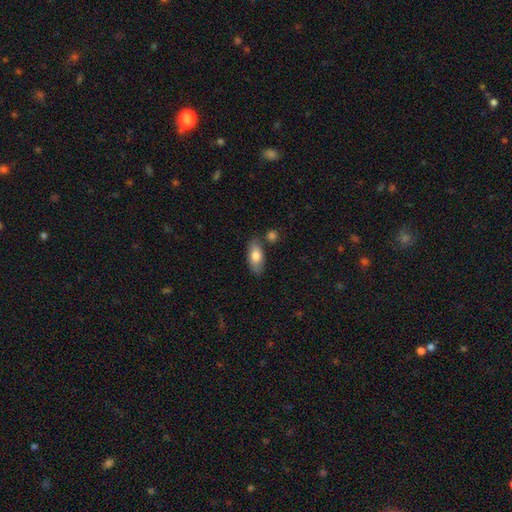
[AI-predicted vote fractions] Q: Smooth or featured?
A: smooth (76%); runner-up: featured or disk (17%)
Q: How rounded?
A: in between (86%); runner-up: cigar-shaped (11%)
Q: Merging?
A: none (75%); runner-up: minor disturbance (14%)